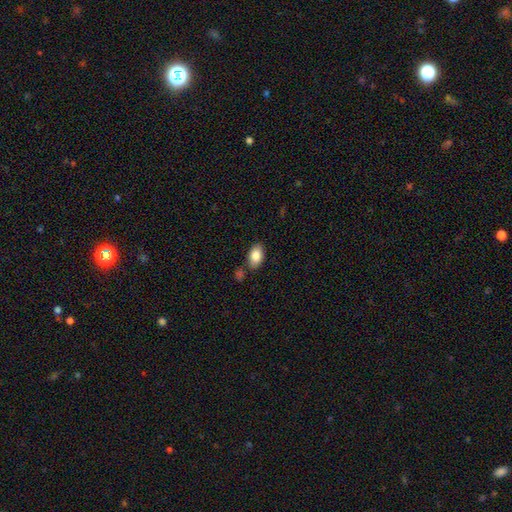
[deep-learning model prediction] This appears to be a smooth galaxy with no disk features (85%) that is in between round and cigar-shaped (90%). Merging: none (79%).